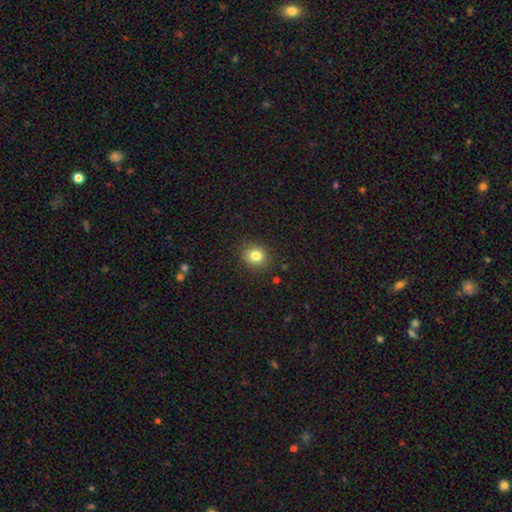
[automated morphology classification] smooth_or_featured: smooth (p=0.82) [alt: star or artifact p=0.11]
how_rounded: round (p=0.77) [alt: in between p=0.22]
merging: none (p=0.89) [alt: minor disturbance p=0.08]